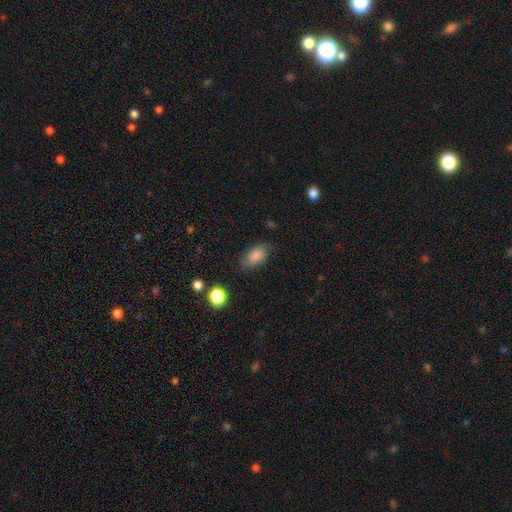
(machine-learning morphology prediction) Smooth or featured: smooth — 85% (star or artifact — 9%)
How rounded: in between — 89% (round — 8%)
Merging: none — 76% (minor disturbance — 17%)